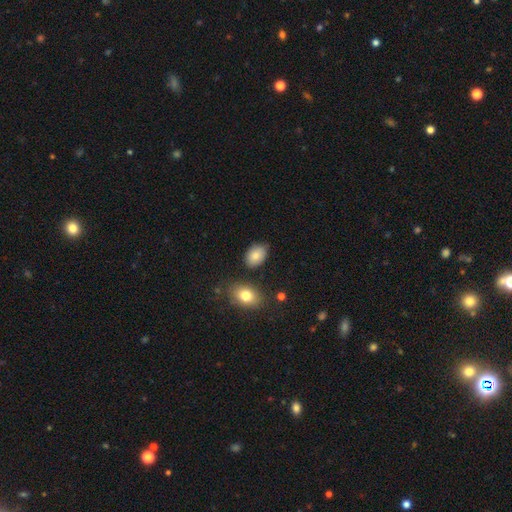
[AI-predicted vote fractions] The model was most divided on "merging": none: 78%, minor disturbance: 14%, merger: 4%, major disturbance: 3%. More confident: smooth or featured — smooth (82%); how rounded — in between (81%).